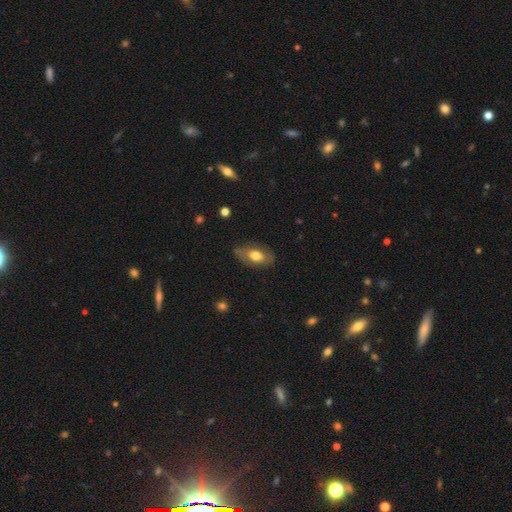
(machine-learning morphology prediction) Smooth or featured? Predicted: smooth (p=0.63). How rounded? Predicted: in between (p=0.88). Merging? Predicted: none (p=0.76).